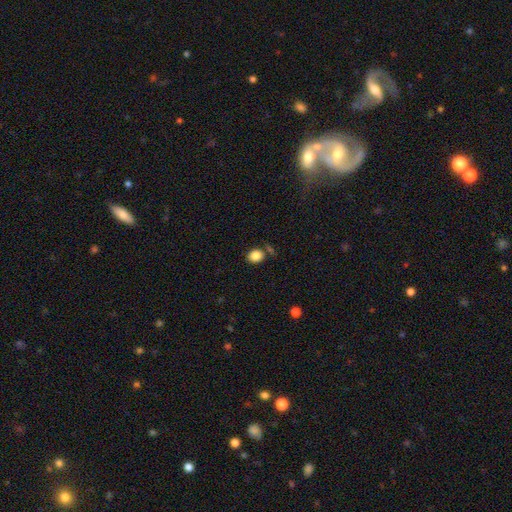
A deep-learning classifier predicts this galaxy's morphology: smooth 85%, star or artifact 9%, featured or disk 6%. Down the decision tree: how rounded — round (58%); merging — none (74%).